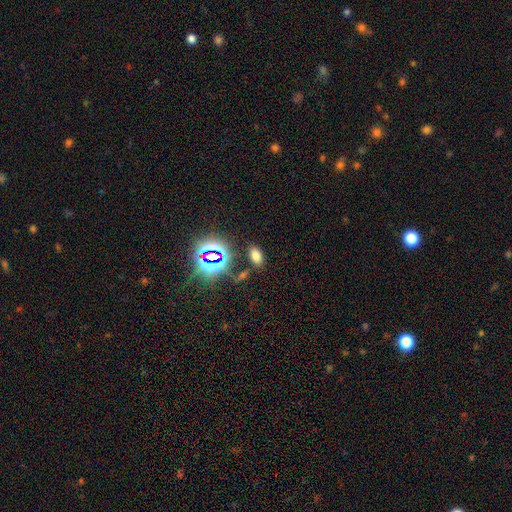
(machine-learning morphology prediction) This appears to be a smooth galaxy with no disk features (65%) that is in between round and cigar-shaped (90%). Merging: none (83%).